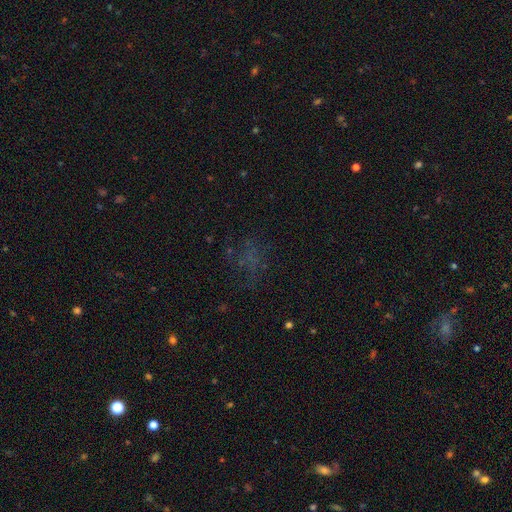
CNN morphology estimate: smooth-or-featured: star or artifact: 54% | smooth: 30% | featured or disk: 16%